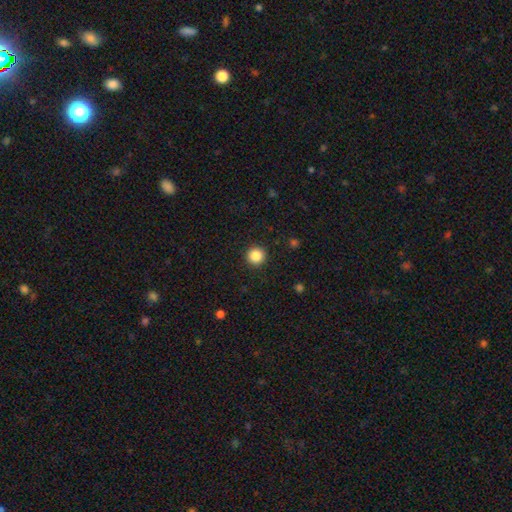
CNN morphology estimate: Smooth or featured? Predicted: smooth (p=0.86). How rounded? Predicted: round (p=0.96). Merging? Predicted: none (p=0.93).